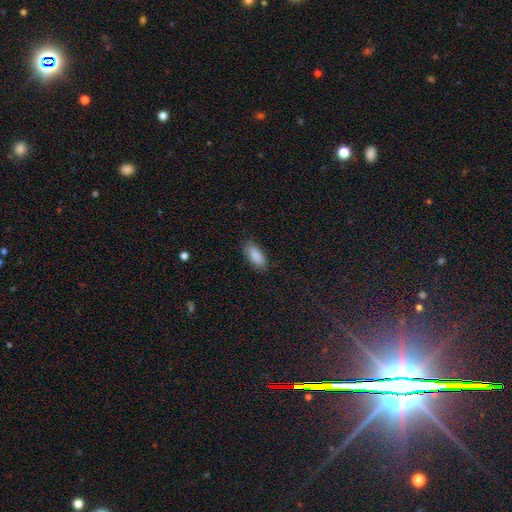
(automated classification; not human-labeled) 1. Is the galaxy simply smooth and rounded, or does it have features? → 89% smooth, 7% star or artifact, 5% featured or disk.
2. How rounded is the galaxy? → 81% in between, 17% cigar-shaped, 2% round.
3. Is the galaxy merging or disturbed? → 85% none, 11% minor disturbance, 3% major disturbance, 1% merger.